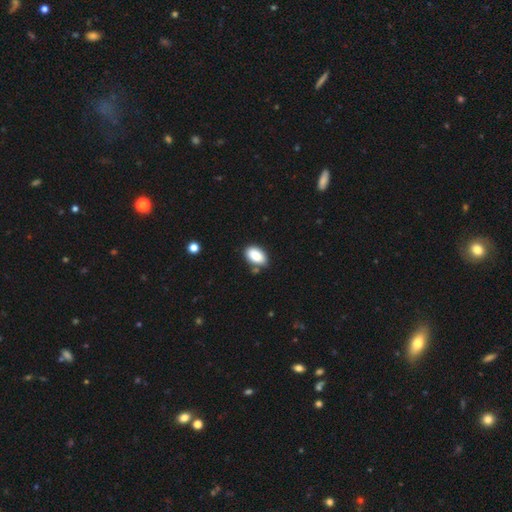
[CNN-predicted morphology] Smooth or featured? smooth (87%)
How rounded? in between (93%)
Merging? none (75%)